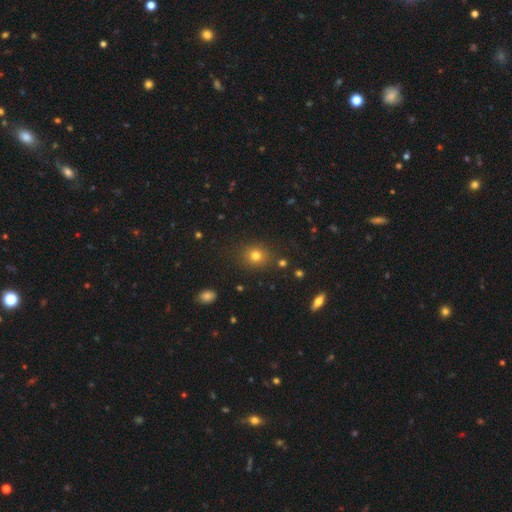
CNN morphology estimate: smooth_or_featured: smooth (p=0.77) [alt: star or artifact p=0.15]
how_rounded: round (p=0.77) [alt: in between p=0.22]
merging: none (p=0.86) [alt: minor disturbance p=0.08]